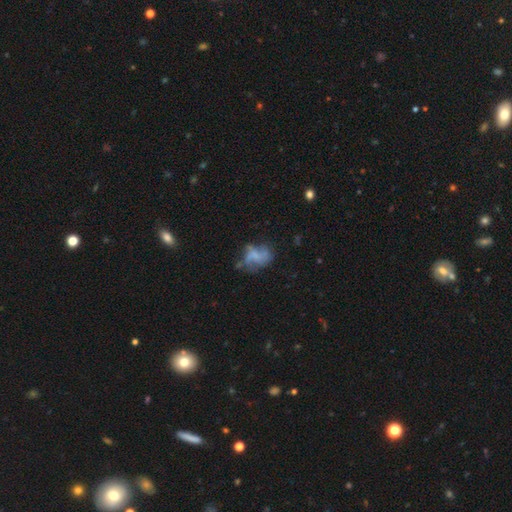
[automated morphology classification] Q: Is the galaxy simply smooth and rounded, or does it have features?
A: featured or disk — 53%.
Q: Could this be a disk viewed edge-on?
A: no — 98%.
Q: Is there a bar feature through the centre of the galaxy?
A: no — 73%.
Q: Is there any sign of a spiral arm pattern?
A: no — 54%.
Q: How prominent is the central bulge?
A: none — 64%.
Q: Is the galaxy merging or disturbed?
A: none — 41%.